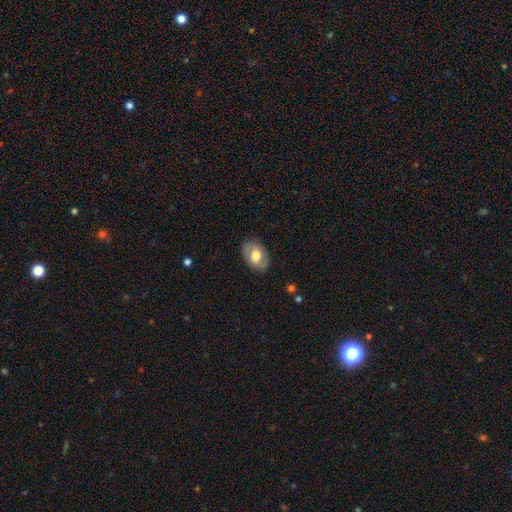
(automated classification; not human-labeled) A smooth galaxy with no disk features (58%) that is in between round and cigar-shaped (86%).

Vote fractions:
- Smooth or featured? smooth: 58% / featured or disk: 35% / star or artifact: 7%
- How rounded? in between: 86% / round: 13% / cigar-shaped: 1%
- Merging? none: 82% / minor disturbance: 13% / major disturbance: 4% / merger: 1%